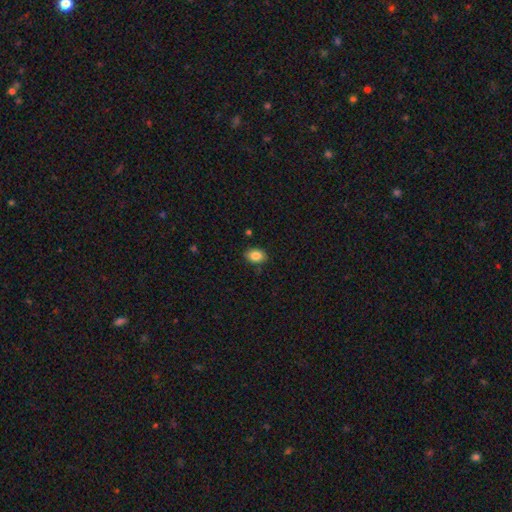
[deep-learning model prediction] This is clearly a smooth galaxy (86%). How rounded: likely in between (79%). Merging: clearly none (86%).